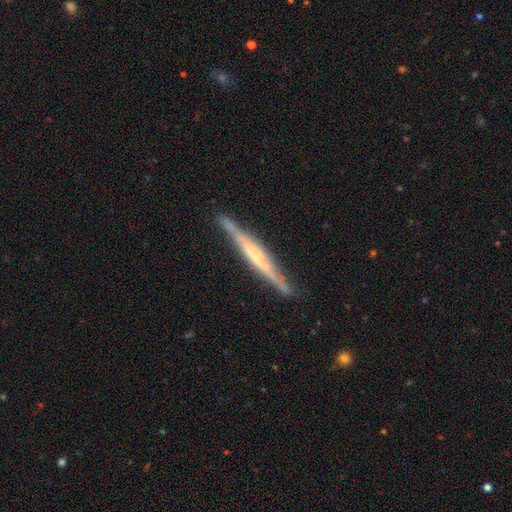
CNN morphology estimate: A featured or disk galaxy (73%) viewed edge-on (96%) with no central bulge (39%). Merging: none (84%).